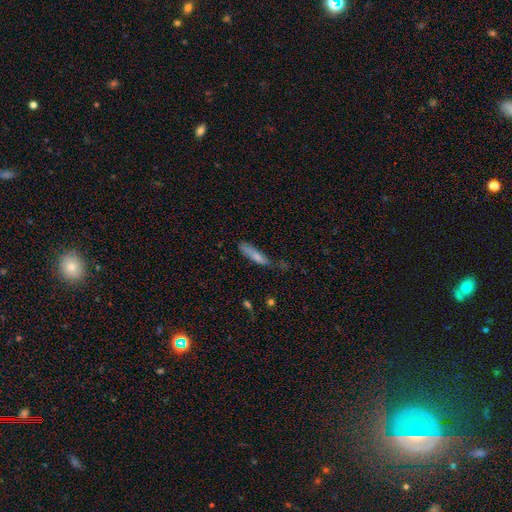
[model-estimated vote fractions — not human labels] A smooth galaxy with no disk features (74%) that is cigar-shaped (72%). Merging: none (51%).